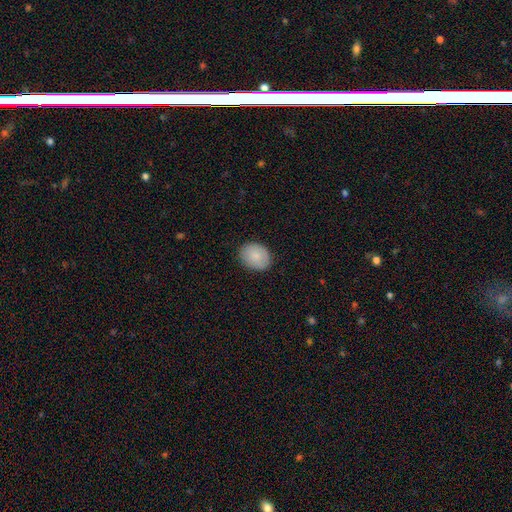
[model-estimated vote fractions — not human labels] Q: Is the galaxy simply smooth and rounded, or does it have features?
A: smooth — 86%.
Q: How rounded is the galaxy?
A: in between — 51%.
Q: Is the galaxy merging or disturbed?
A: none — 86%.